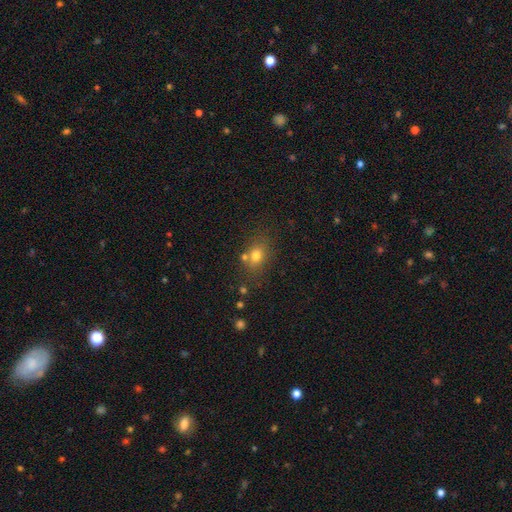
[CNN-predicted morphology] Q: Smooth or featured?
A: smooth (73%); runner-up: star or artifact (16%)
Q: How rounded?
A: round (50%); runner-up: in between (48%)
Q: Merging?
A: none (67%); runner-up: merger (15%)